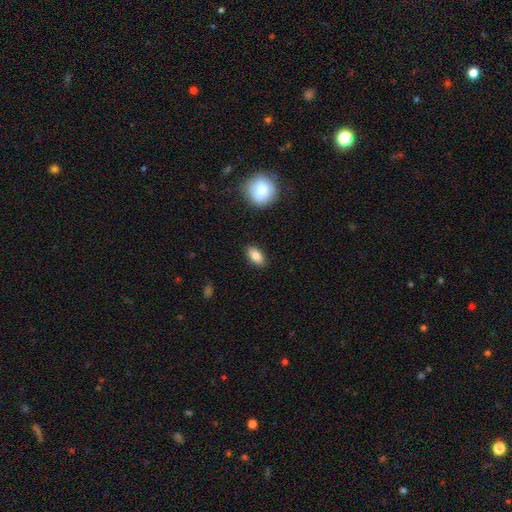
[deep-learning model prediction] The model was most divided on "smooth or featured": smooth: 83%, featured or disk: 9%, star or artifact: 8%. More confident: merging — none (88%); how rounded — in between (88%).